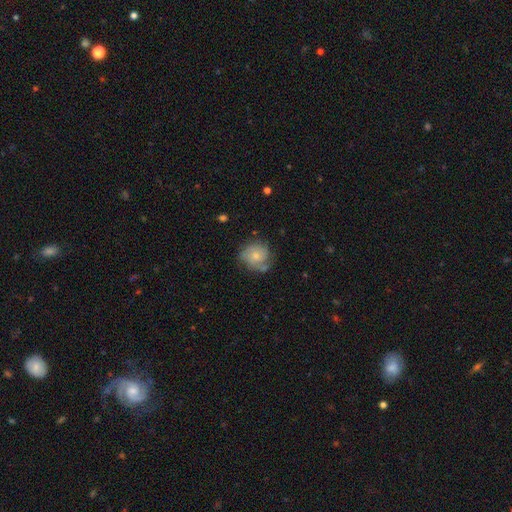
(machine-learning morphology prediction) Smooth or featured? Predicted: featured or disk (p=0.56). Edge-on disk? Predicted: no (p=0.98). Bar? Predicted: no (p=0.81). Spiral arms? Predicted: yes (p=0.82). Bulge size? Predicted: small (p=0.54). Merging? Predicted: none (p=0.60).